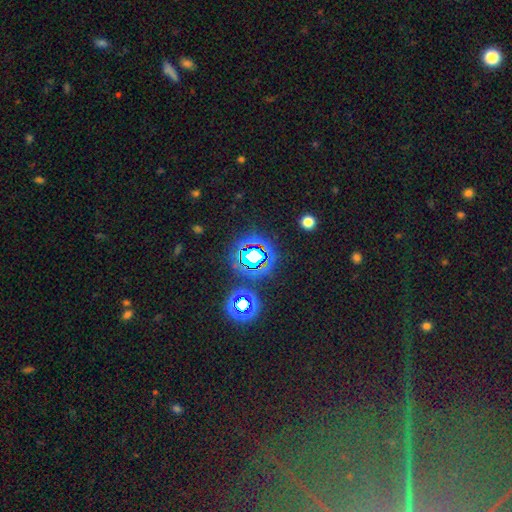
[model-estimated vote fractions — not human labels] A star or artifact, not a galaxy (70%).

Vote fractions:
- Smooth or featured? star or artifact: 70% / smooth: 18% / featured or disk: 12%